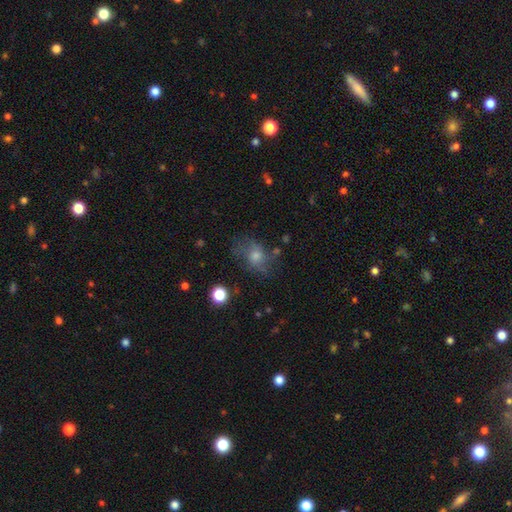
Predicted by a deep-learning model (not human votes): Smooth or featured? smooth (44%)
Merging? none (58%)